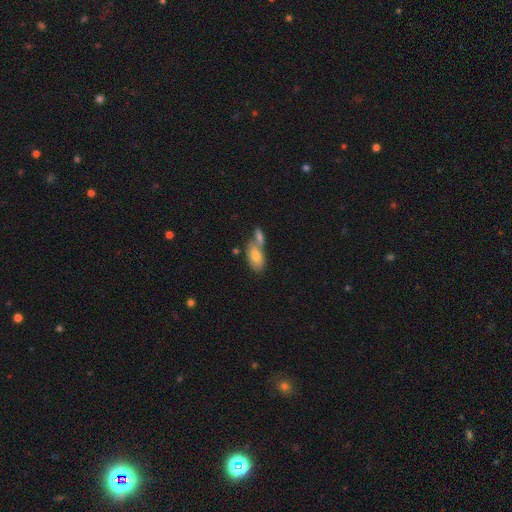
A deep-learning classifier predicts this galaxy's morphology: A smooth galaxy with no disk features (73%) that is in between round and cigar-shaped (91%). Merging: merger (46%).